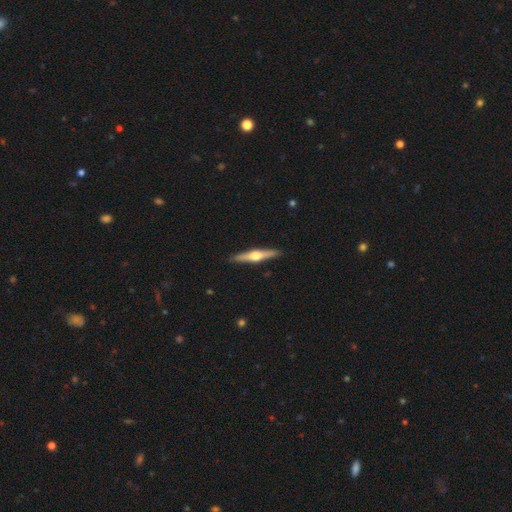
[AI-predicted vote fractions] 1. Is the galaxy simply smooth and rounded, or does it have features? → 67% featured or disk, 28% smooth, 5% star or artifact.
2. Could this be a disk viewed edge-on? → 97% yes, 3% no.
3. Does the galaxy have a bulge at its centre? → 94% rounded, 3% boxy, 3% none.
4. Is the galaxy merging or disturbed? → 91% none, 7% minor disturbance, 1% major disturbance, 1% merger.